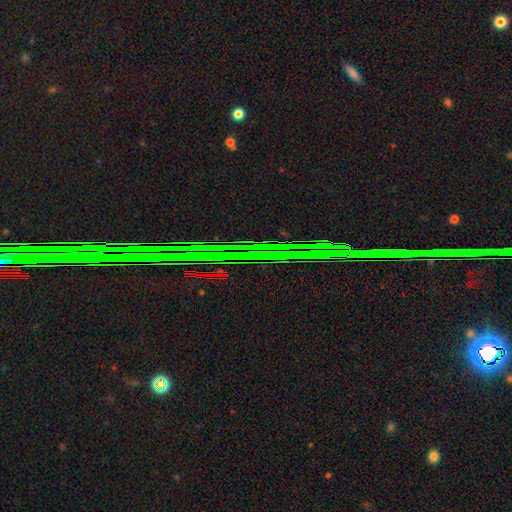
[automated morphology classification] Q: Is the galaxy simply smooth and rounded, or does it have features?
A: star or artifact — 84%.